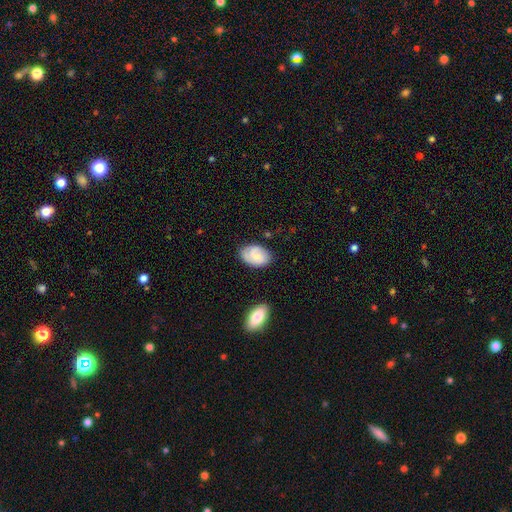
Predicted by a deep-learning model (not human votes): This appears to be a smooth galaxy with no disk features (55%) that is in between round and cigar-shaped (88%). Merging: none (74%).